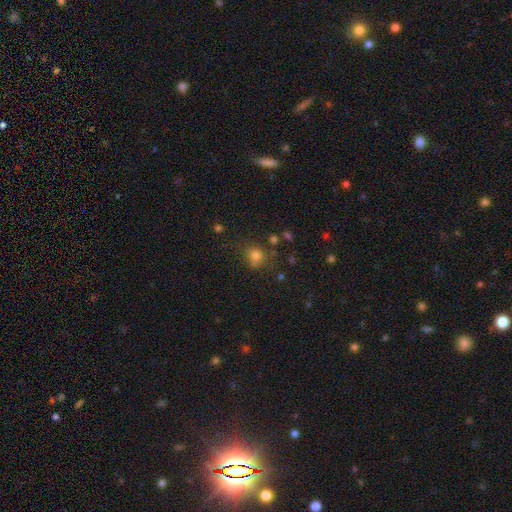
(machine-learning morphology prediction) Overall: smooth (75%). How rounded: round (77%). Merging: none (66%).